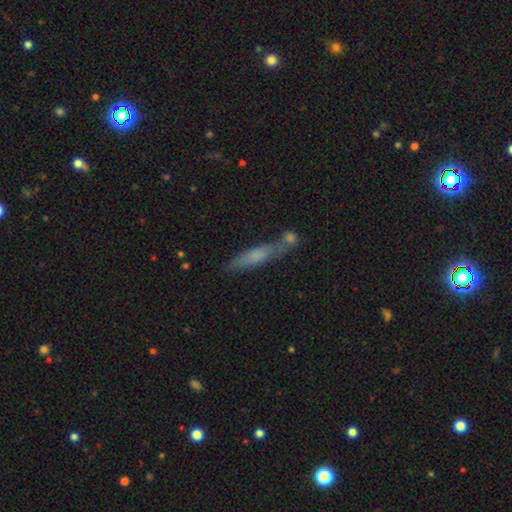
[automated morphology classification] smooth-or-featured: smooth: 64% | featured or disk: 27% | star or artifact: 8%
  how-rounded: cigar-shaped: 81% | in between: 17% | round: 2%
  merging: none: 51% | merger: 26% | minor disturbance: 17% | major disturbance: 7%